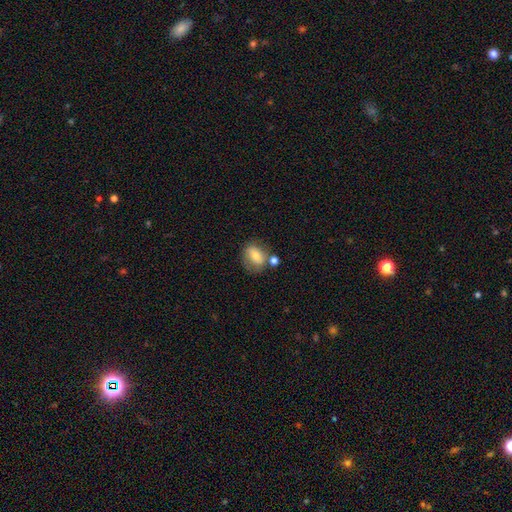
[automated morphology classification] smooth 69%, featured or disk 22%, star or artifact 9%. Down the decision tree: how rounded — in between (64%); merging — none (56%).